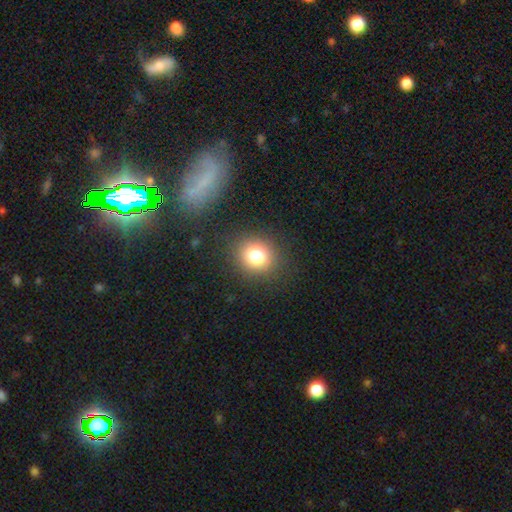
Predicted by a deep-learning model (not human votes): Morphology: type=smooth (79%); roundness=round (83%); merging=none (87%).